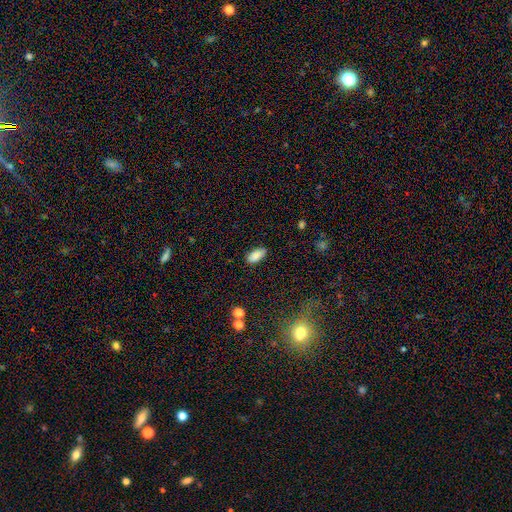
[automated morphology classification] Overall: smooth (86%). How rounded: in between (91%). Merging: none (85%).